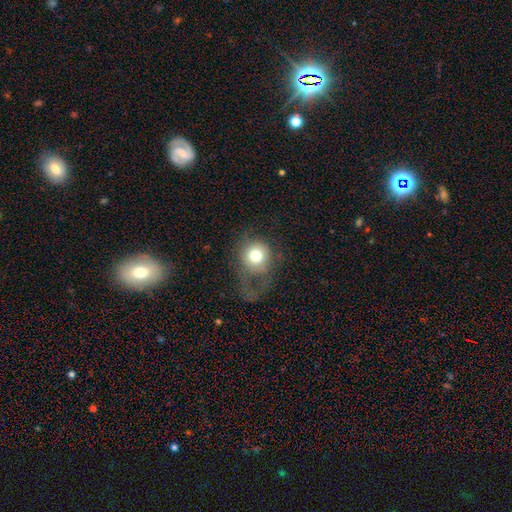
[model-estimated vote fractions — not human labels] This appears to be a smooth galaxy with no disk features (71%) that is round (84%). Merging: major disturbance (42%).